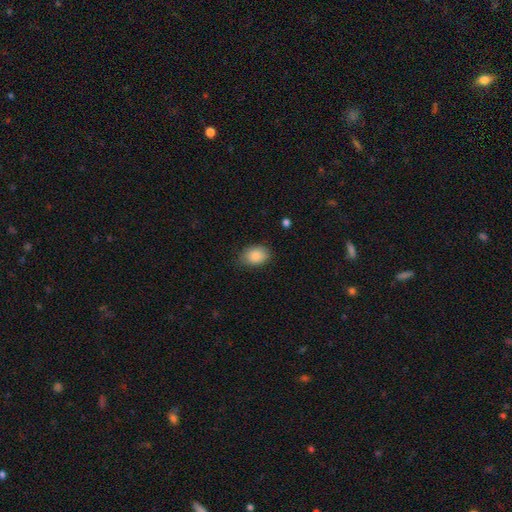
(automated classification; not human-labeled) Overall: smooth (87%). How rounded: in between (76%). Merging: none (79%).